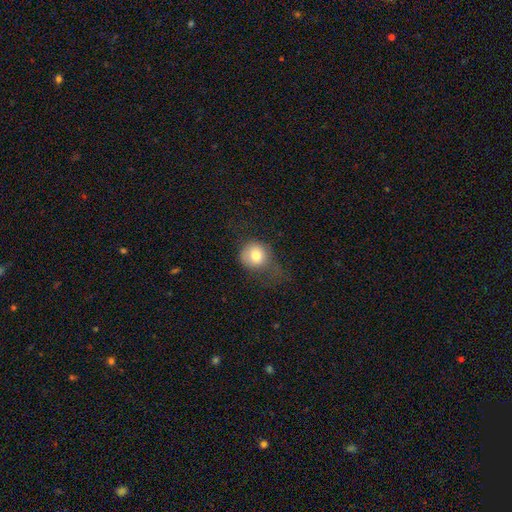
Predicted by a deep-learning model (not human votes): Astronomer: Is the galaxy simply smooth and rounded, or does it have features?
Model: smooth — 77%.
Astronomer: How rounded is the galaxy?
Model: round — 85%.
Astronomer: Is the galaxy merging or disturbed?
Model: none — 41% (runner-up: minor disturbance, 29%).